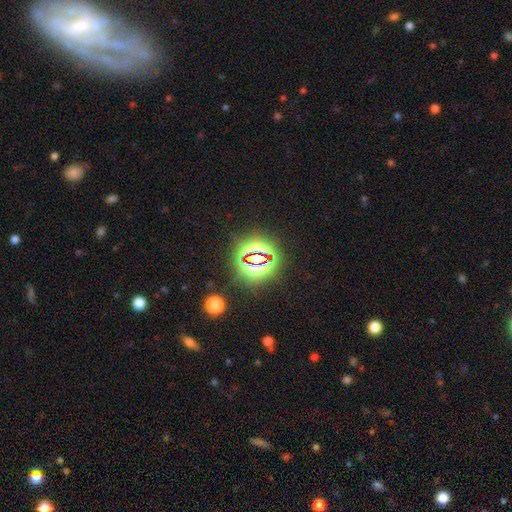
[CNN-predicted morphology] A star or artifact, not a galaxy (79%).

Vote fractions:
- Smooth or featured? star or artifact: 79% / smooth: 13% / featured or disk: 8%